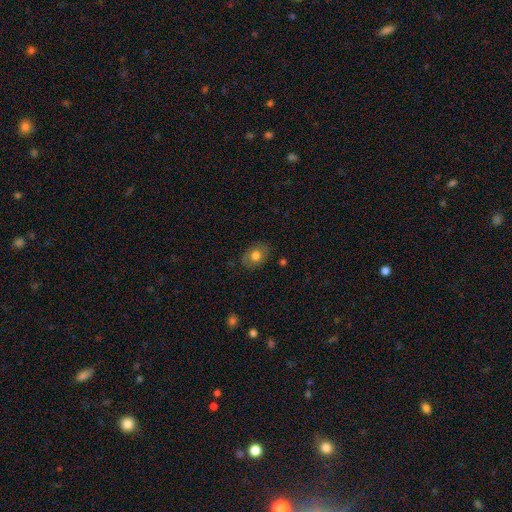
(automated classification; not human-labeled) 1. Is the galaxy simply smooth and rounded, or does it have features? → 73% smooth, 18% featured or disk, 9% star or artifact.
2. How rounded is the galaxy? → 67% in between, 32% round, 1% cigar-shaped.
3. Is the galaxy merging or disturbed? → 83% none, 13% minor disturbance, 3% major disturbance, 1% merger.